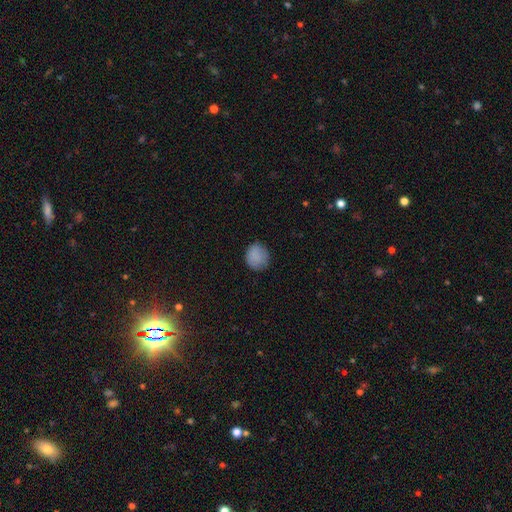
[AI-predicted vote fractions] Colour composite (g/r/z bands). It shows a smooth galaxy with no disk features (86%) that is round (84%). Merging: none (83%).